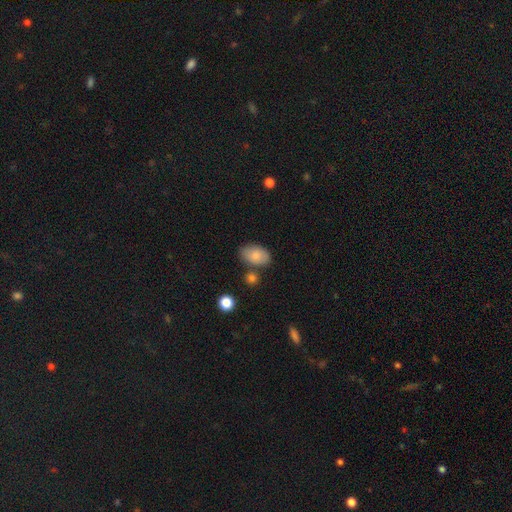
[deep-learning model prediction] Smooth or featured? smooth (84%)
How rounded? in between (91%)
Merging? none (73%)